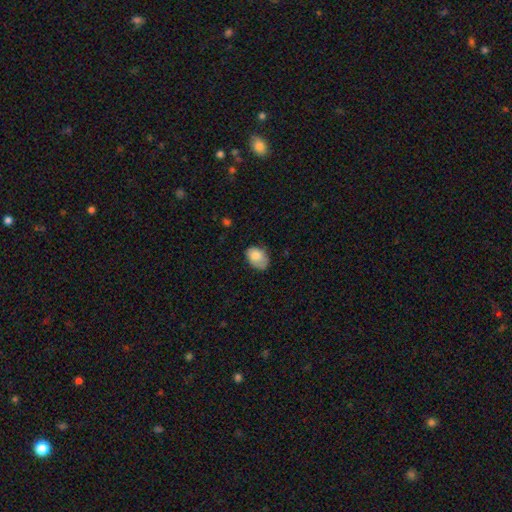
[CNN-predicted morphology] This appears to be a smooth galaxy with no disk features (80%) that is in between round and cigar-shaped (80%). Merging: none (57%).